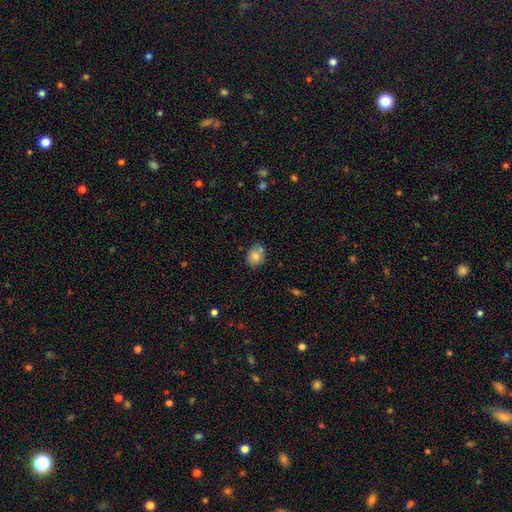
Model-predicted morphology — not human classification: This appears to be a smooth galaxy with no disk features (78%) that is round (50%). Merging: none (69%).